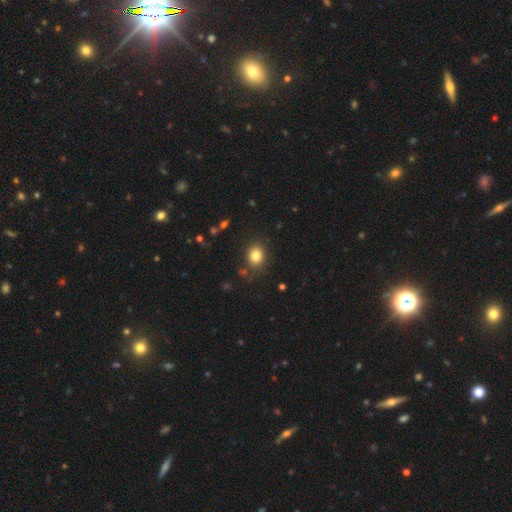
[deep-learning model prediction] A smooth galaxy with no disk features (82%) that is round (64%). Merging: none (85%).